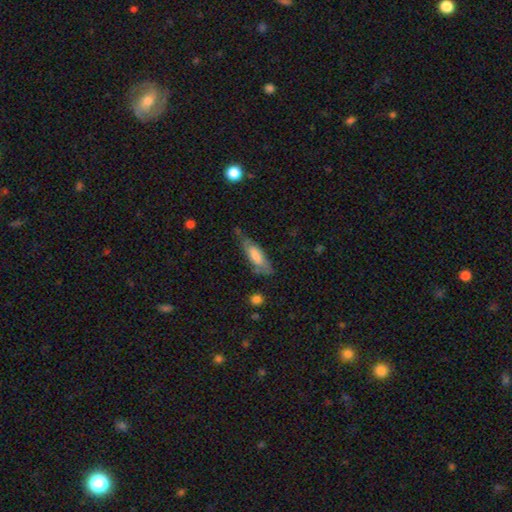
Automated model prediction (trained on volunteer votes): Smooth or featured? smooth (58%)
How rounded? in between (62%)
Merging? none (57%)